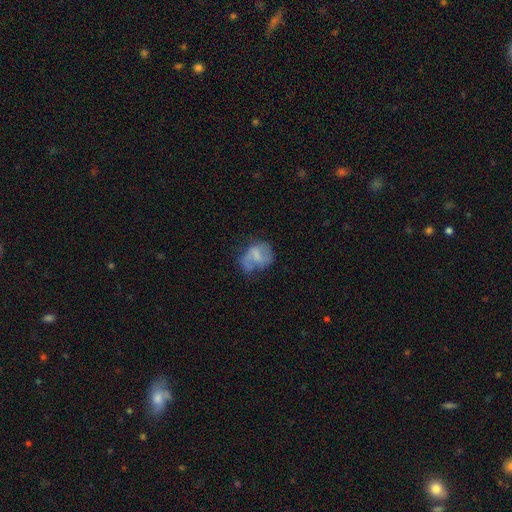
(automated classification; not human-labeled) Overall: smooth (47%; featured or disk 44%). Merging: none (39%; minor disturbance 29%).